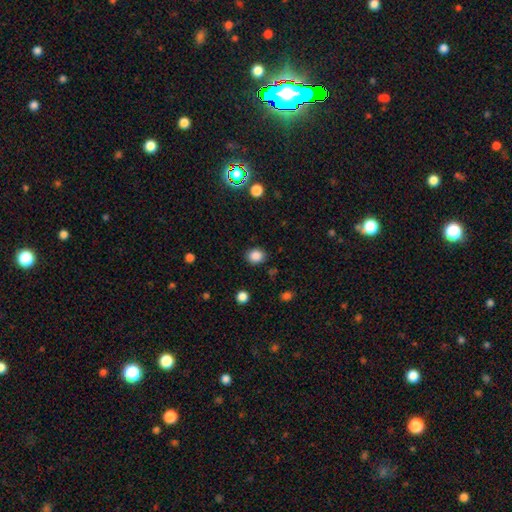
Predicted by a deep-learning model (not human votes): Morphology: type=smooth (85%); roundness=round (69%); merging=none (87%).